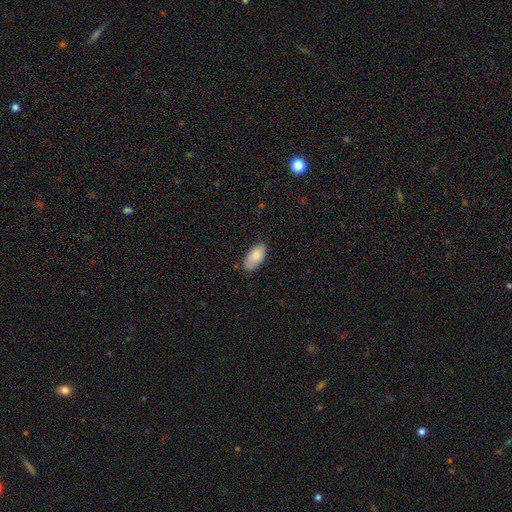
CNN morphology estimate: Smooth or featured?
  - smooth: 84% *
  - featured or disk: 9%
  - star or artifact: 6%
How rounded?
  - in between: 94% *
  - cigar-shaped: 3%
  - round: 2%
Merging?
  - none: 74% *
  - minor disturbance: 21%
  - major disturbance: 3%
  - merger: 2%